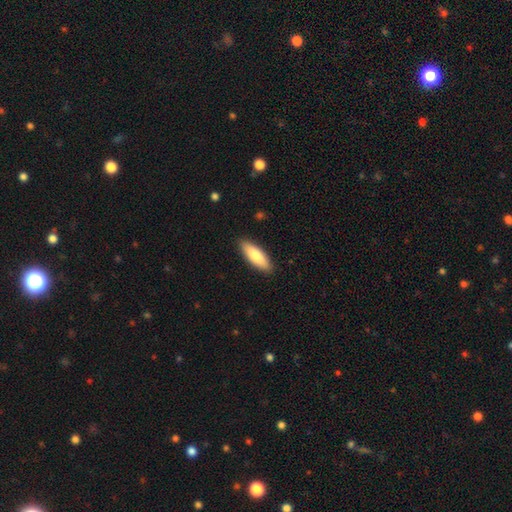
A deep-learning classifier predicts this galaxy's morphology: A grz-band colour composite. It shows a smooth galaxy with no disk features (82%) that is in between round and cigar-shaped (56%). Merging: none (90%).